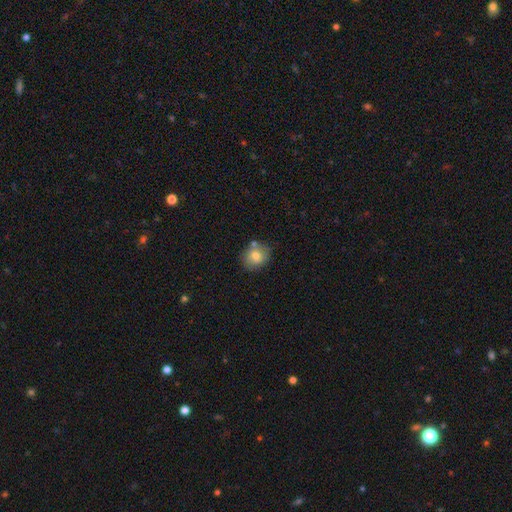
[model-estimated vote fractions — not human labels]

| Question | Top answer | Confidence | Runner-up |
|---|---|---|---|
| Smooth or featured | smooth | 77% | featured or disk (13%) |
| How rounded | round | 72% | in between (27%) |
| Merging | none | 75% | minor disturbance (13%) |